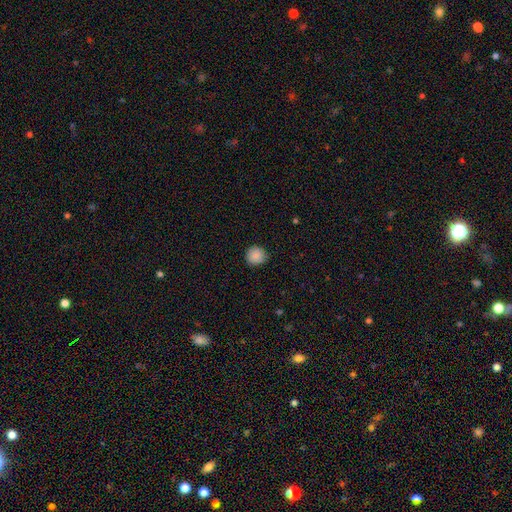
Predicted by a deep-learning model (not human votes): A smooth galaxy with no disk features (87%) that is round (90%). Merging: none (81%).